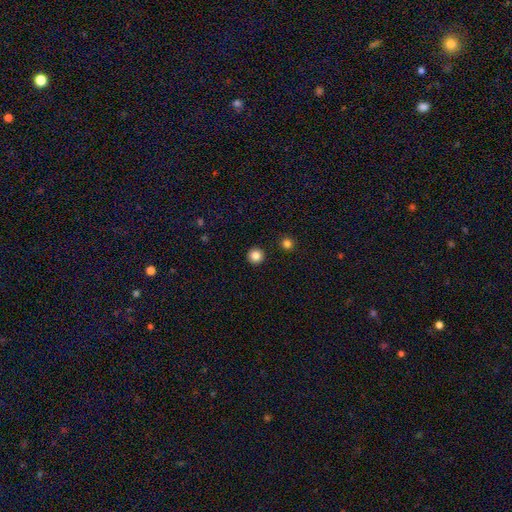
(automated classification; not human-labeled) Smooth or featured? Predicted: smooth (p=0.85). How rounded? Predicted: round (p=0.96). Merging? Predicted: none (p=0.94).